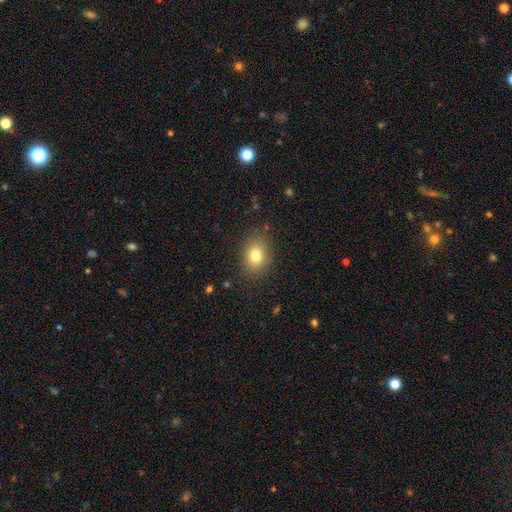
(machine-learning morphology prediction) type=smooth (79%); roundness=in between (59%); merging=none (84%).